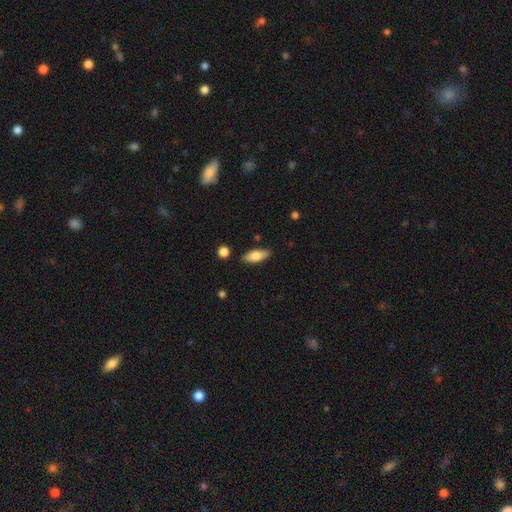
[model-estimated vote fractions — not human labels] Smooth or featured? smooth (73%)
How rounded? in between (72%)
Merging? none (86%)